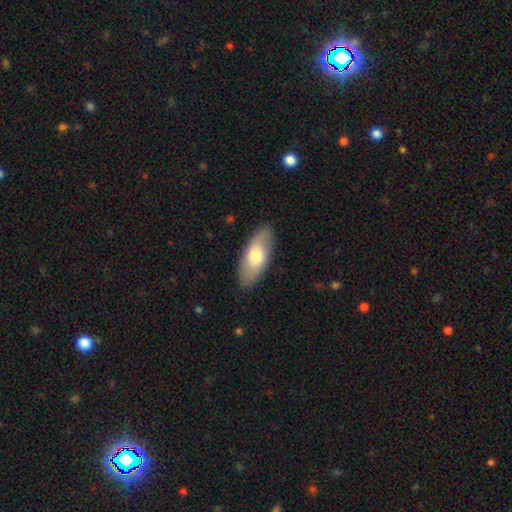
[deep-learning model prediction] This is likely a smooth galaxy (70%). How rounded: clearly in between (85%). Merging: clearly none (87%).